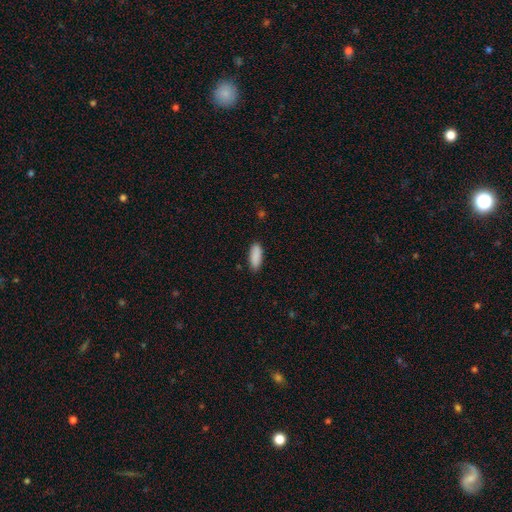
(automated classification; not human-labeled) A smooth galaxy with no disk features (90%) that is in between round and cigar-shaped (71%). Merging: none (87%).